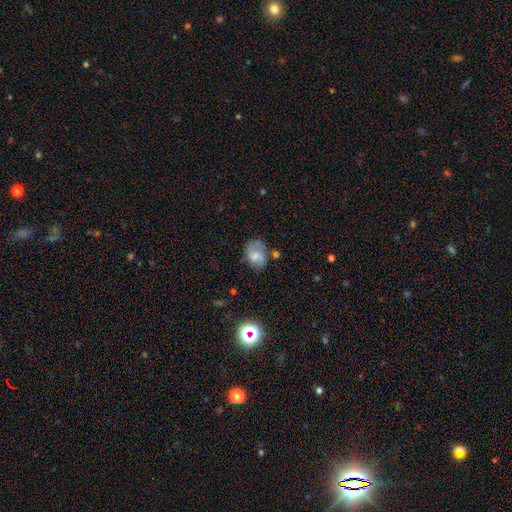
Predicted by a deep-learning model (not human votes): A smooth galaxy with no disk features (55%) that is in between round and cigar-shaped (68%).

Vote fractions:
- Smooth or featured? smooth: 55% / featured or disk: 35% / star or artifact: 10%
- How rounded? in between: 68% / round: 31% / cigar-shaped: 1%
- Merging? none: 52% / minor disturbance: 29% / major disturbance: 13% / merger: 6%